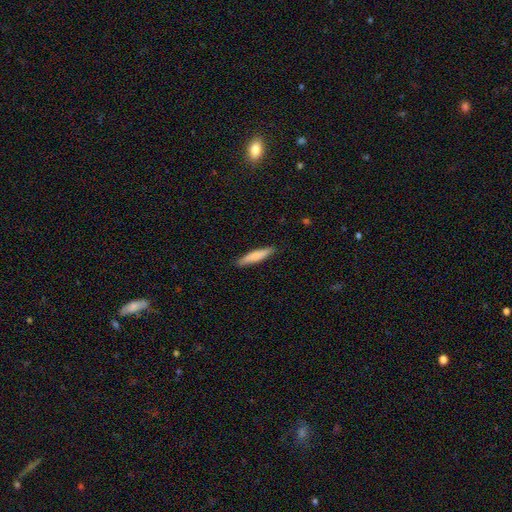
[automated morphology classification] smooth 79%, featured or disk 15%, star or artifact 5%. Down the decision tree: how rounded — cigar-shaped (85%); merging — none (88%).